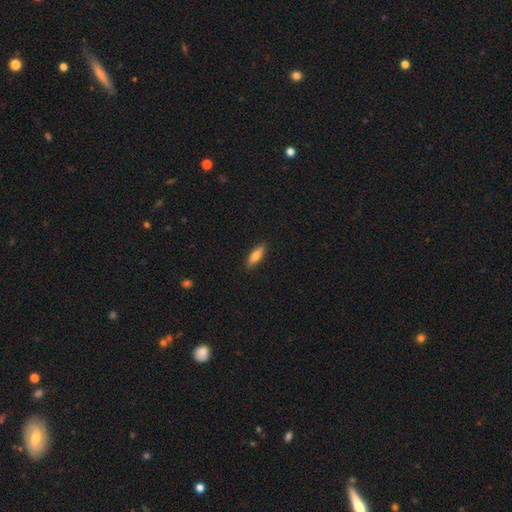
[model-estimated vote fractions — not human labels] Smooth or featured: smooth — 74% (featured or disk — 20%)
How rounded: in between — 49% (cigar-shaped — 48%)
Merging: none — 88% (minor disturbance — 9%)